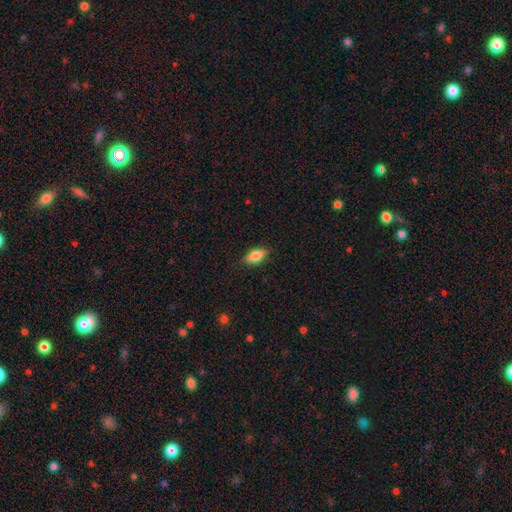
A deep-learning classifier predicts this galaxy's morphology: This appears to be a smooth galaxy with no disk features (80%) that is in between round and cigar-shaped (86%). Merging: none (85%).